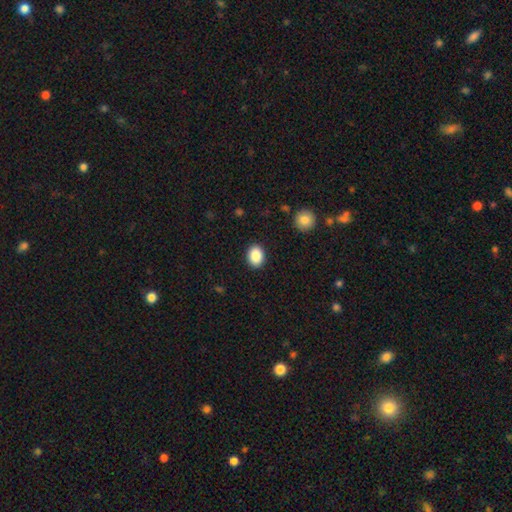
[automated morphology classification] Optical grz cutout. It shows a smooth galaxy with no disk features (88%) that is in between round and cigar-shaped (67%). Merging: none (90%).